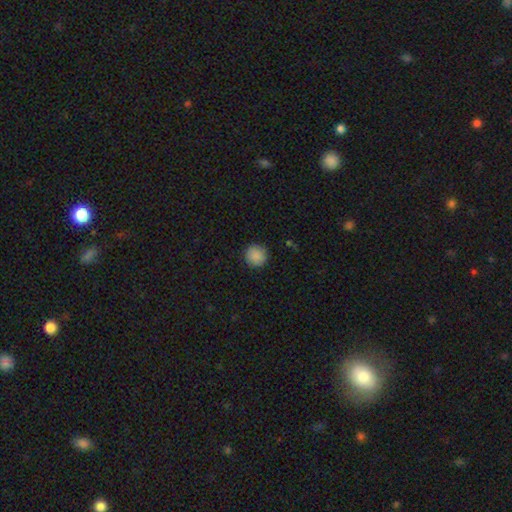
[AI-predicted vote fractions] A smooth galaxy with no disk features (88%) that is round (94%).

Vote fractions:
- Smooth or featured? smooth: 88% / star or artifact: 8% / featured or disk: 4%
- How rounded? round: 94% / in between: 5% / cigar-shaped: 1%
- Merging? none: 90% / minor disturbance: 7% / major disturbance: 2% / merger: 1%